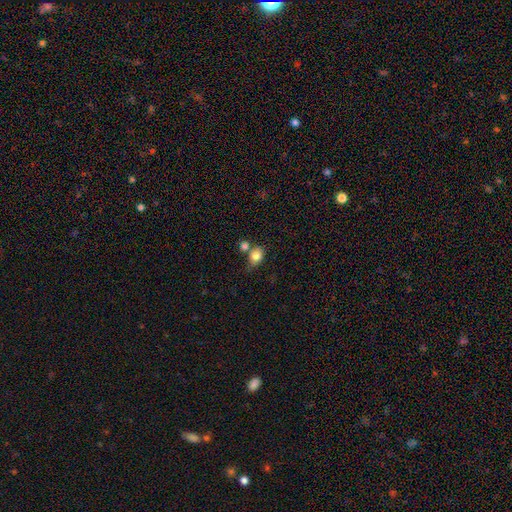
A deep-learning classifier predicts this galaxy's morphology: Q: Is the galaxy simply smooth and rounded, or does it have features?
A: smooth — 82%.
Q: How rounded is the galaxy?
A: in between — 50%.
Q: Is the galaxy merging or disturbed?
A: none — 47%.